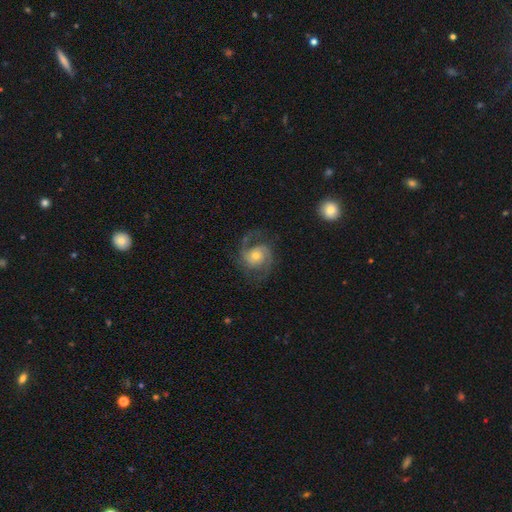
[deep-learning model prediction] smooth-or-featured: featured or disk: 86% | smooth: 8% | star or artifact: 6%
  disk-edge-on: no: 98% | yes: 2%
    bar: no: 68% | weak: 26% | strong: 6%
    has-spiral-arms: yes: 97% | no: 3%
      spiral-winding: medium: 55% | tight: 25% | loose: 20%
      spiral-arm-count: 2: 88% | can't tell: 4% | 3: 3% | 1: 2% | 4: 1% | more than 4: 1%
    bulge-size: moderate: 47% | small: 46% | large: 4% | none: 2% | dominant: 1%
  merging: none: 73% | minor disturbance: 15% | major disturbance: 11% | merger: 2%